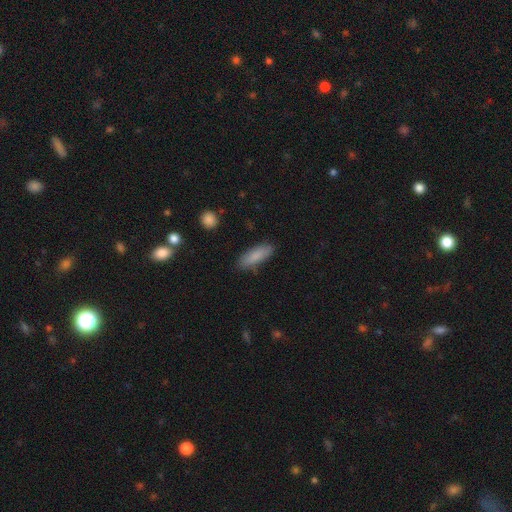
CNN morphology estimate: Smooth or featured? smooth (85%)
How rounded? in between (57%)
Merging? none (84%)